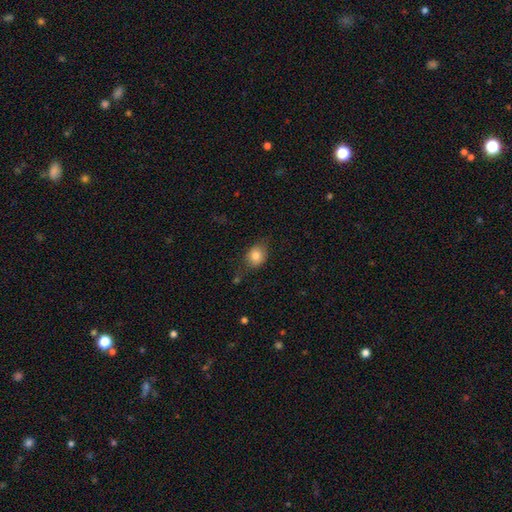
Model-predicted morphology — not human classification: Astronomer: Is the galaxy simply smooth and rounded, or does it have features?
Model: smooth — 79%.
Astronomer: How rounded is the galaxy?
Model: in between — 56% (runner-up: round, 43%).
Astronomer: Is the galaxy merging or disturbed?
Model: none — 66%.